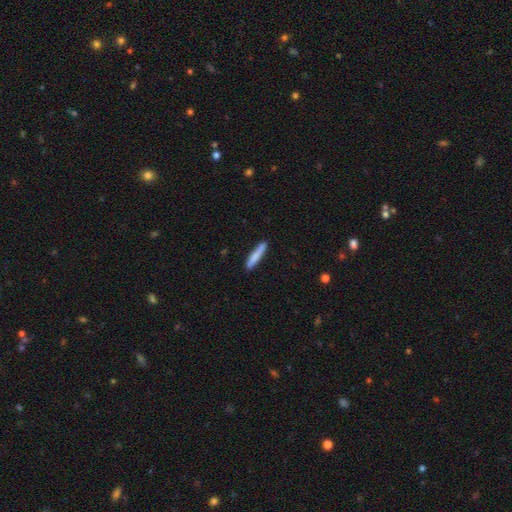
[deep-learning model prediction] Smooth or featured: smooth — 80% (featured or disk — 14%)
How rounded: cigar-shaped — 92% (in between — 6%)
Merging: none — 87% (minor disturbance — 10%)